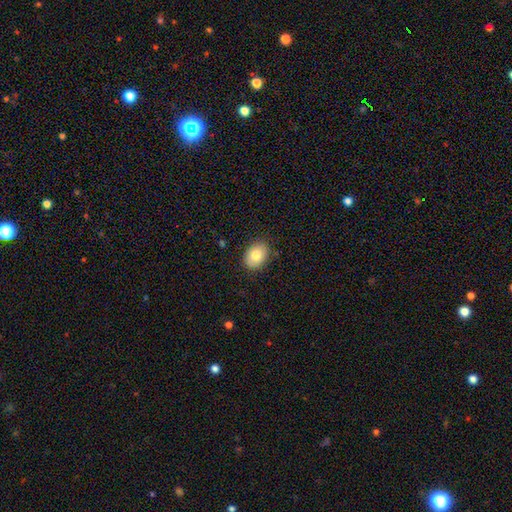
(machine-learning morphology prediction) Smooth or featured?
  - smooth: 78% *
  - featured or disk: 15%
  - star or artifact: 7%
How rounded?
  - in between: 70% *
  - round: 30%
  - cigar-shaped: 1%
Merging?
  - none: 84% *
  - minor disturbance: 12%
  - major disturbance: 3%
  - merger: 1%